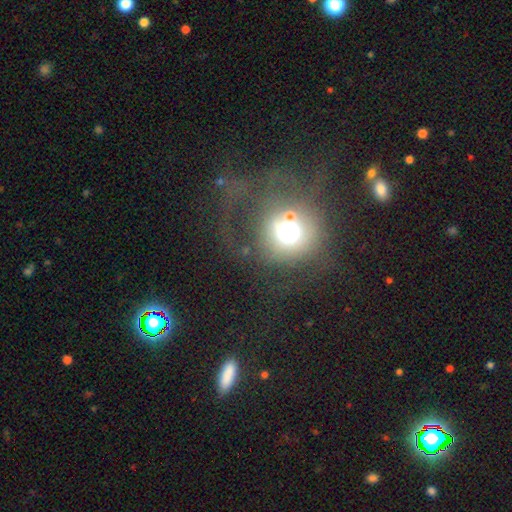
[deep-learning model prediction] A smooth galaxy with no disk features (46%). Merging: none (45%).